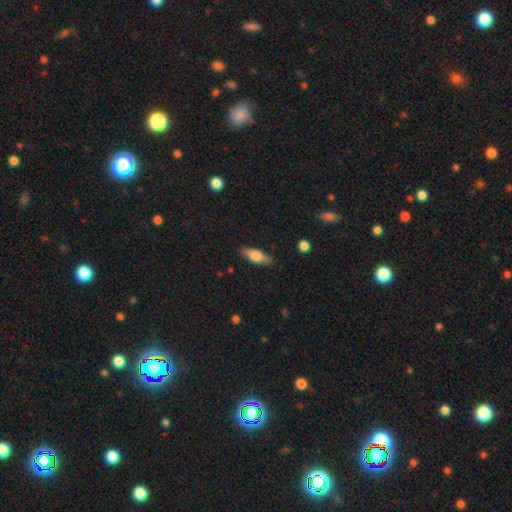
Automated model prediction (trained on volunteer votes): A smooth galaxy with no disk features (60%) that is in between round and cigar-shaped (61%). Merging: none (86%).